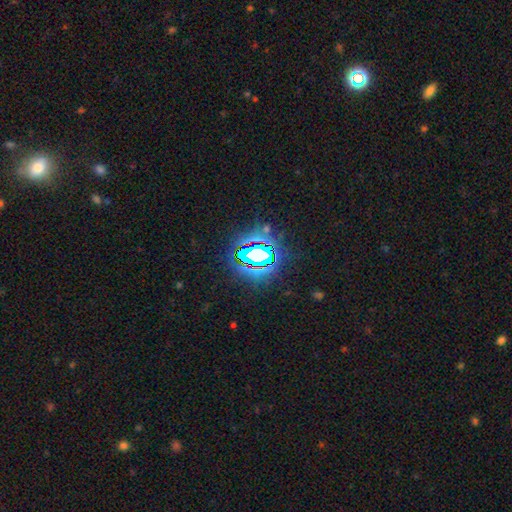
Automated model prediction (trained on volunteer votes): A star or artifact, not a galaxy (73%).

Vote fractions:
- Smooth or featured? star or artifact: 73% / smooth: 15% / featured or disk: 12%